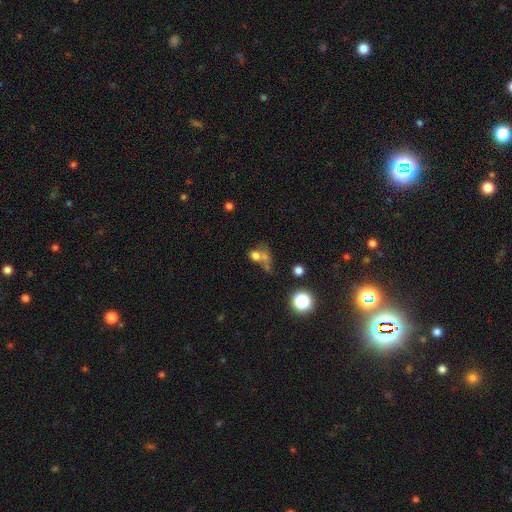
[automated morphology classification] A smooth galaxy with no disk features (64%) that is round (61%).

Vote fractions:
- Smooth or featured? smooth: 64% / star or artifact: 20% / featured or disk: 17%
- How rounded? round: 61% / in between: 37% / cigar-shaped: 2%
- Merging? merger: 44% / none: 30% / major disturbance: 14% / minor disturbance: 12%